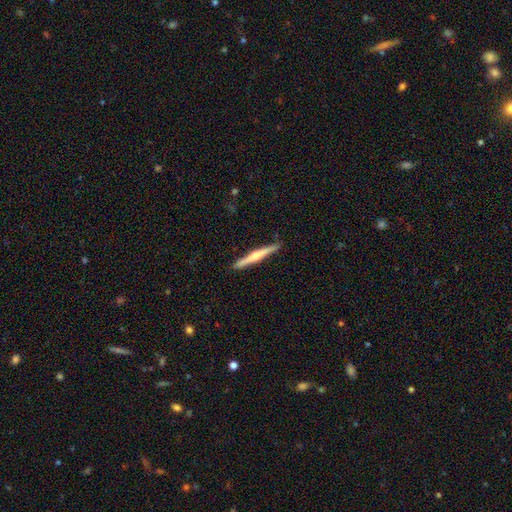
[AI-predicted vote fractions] Morphology: type=featured or disk (63%); edge-on=yes (98%); edge-on bulge=rounded (79%); merging=none (91%).